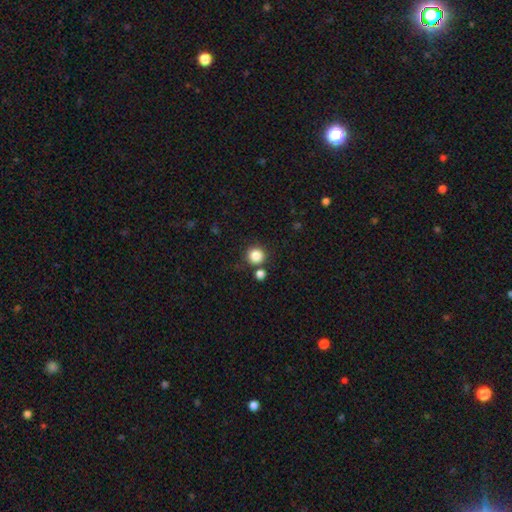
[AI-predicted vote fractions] This is clearly a smooth galaxy (85%). How rounded: clearly round (94%). Merging: likely none (79%).